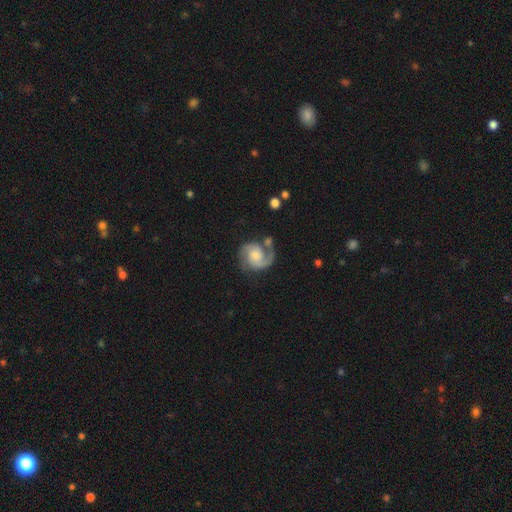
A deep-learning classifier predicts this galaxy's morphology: type=featured or disk (88%); edge-on=no (98%); bar=no (65%); spiral arms=yes (98%); winding=medium (50%); arm count=2 (85%); bulge=moderate (41%); merging=none (64%).